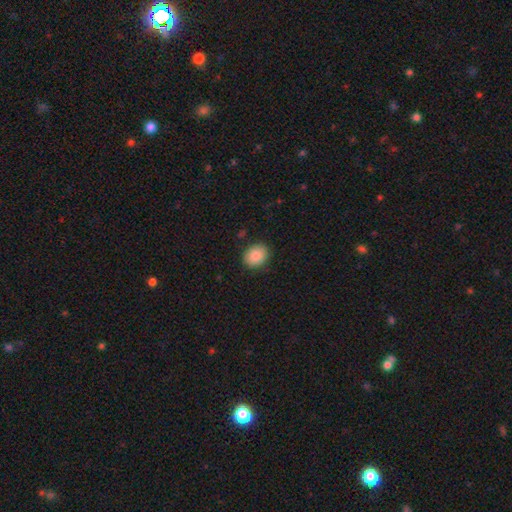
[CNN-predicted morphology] This appears to be a smooth galaxy with no disk features (87%) that is in between round and cigar-shaped (51%). Merging: none (87%).